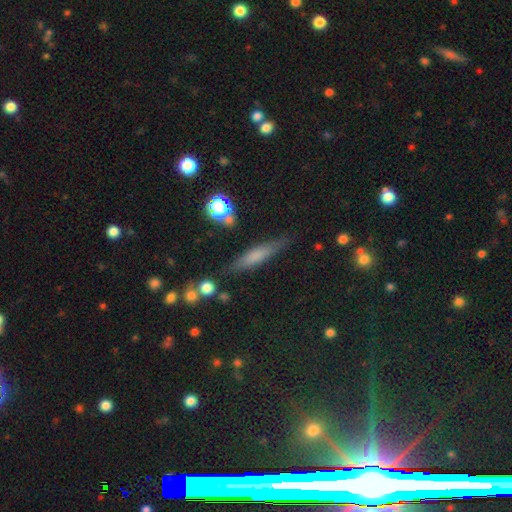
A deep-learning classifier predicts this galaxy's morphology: smooth_or_featured: smooth (p=0.60) [alt: featured or disk p=0.30]
how_rounded: cigar-shaped (p=0.81) [alt: in between p=0.16]
merging: none (p=0.77) [alt: minor disturbance p=0.15]